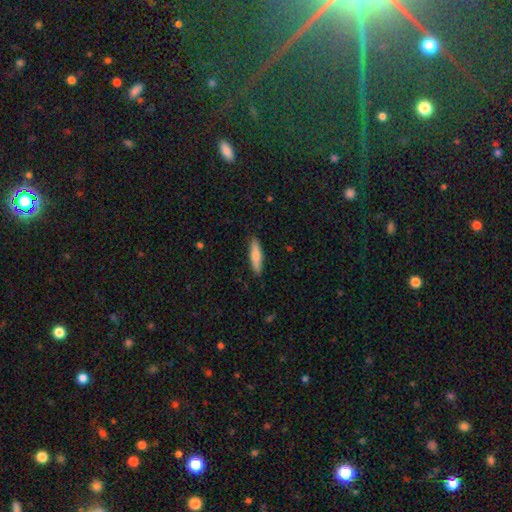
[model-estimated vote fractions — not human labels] smooth 73%, featured or disk 21%, star or artifact 6%. Down the decision tree: how rounded — cigar-shaped (71%); merging — none (89%).